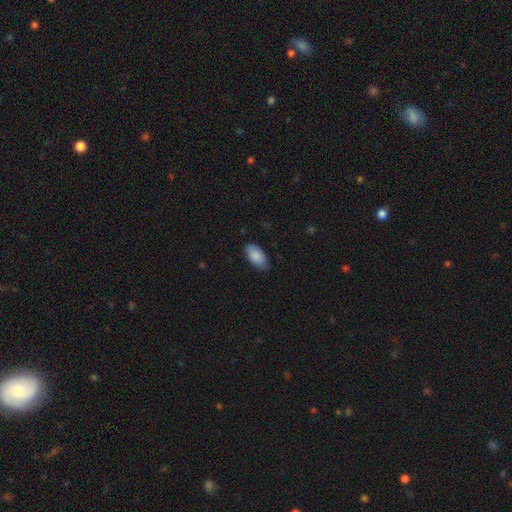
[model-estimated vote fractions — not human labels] A smooth galaxy with no disk features (87%) that is in between round and cigar-shaped (94%).

Vote fractions:
- Smooth or featured? smooth: 87% / featured or disk: 7% / star or artifact: 6%
- How rounded? in between: 94% / cigar-shaped: 3% / round: 3%
- Merging? none: 75% / minor disturbance: 21% / major disturbance: 3% / merger: 1%